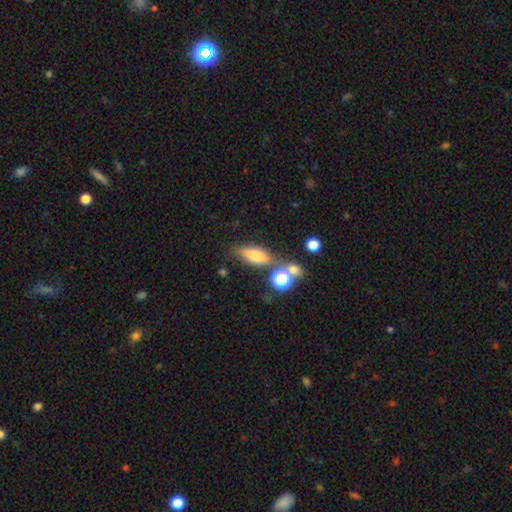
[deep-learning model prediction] smooth-or-featured: smooth: 61% | featured or disk: 26% | star or artifact: 13%
  how-rounded: in between: 62% | cigar-shaped: 30% | round: 8%
  merging: none: 67% | minor disturbance: 15% | merger: 12% | major disturbance: 6%